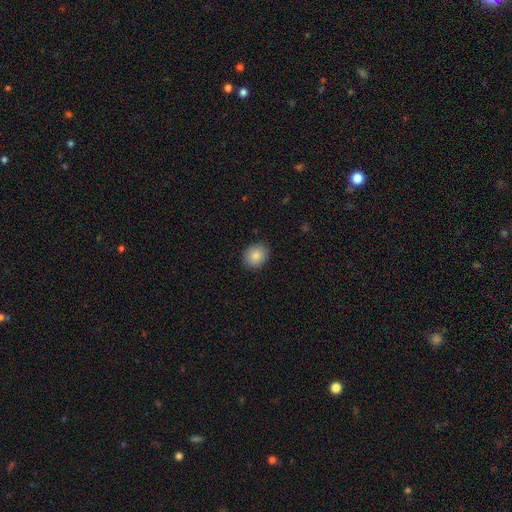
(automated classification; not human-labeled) Morphology: type=smooth (87%); roundness=round (54%); merging=none (88%).